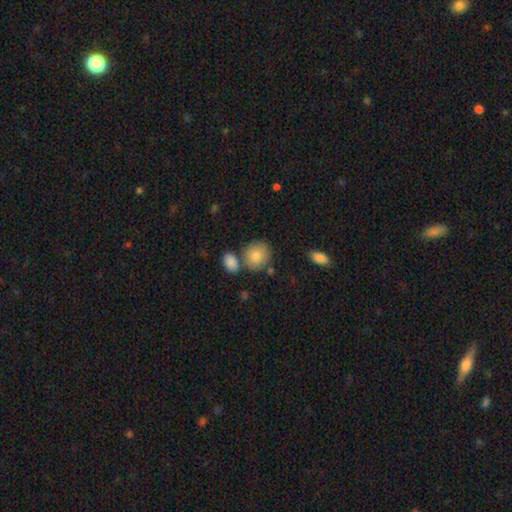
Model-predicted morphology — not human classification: This appears to be a smooth galaxy with no disk features (83%) that is round (72%). Merging: none (64%).